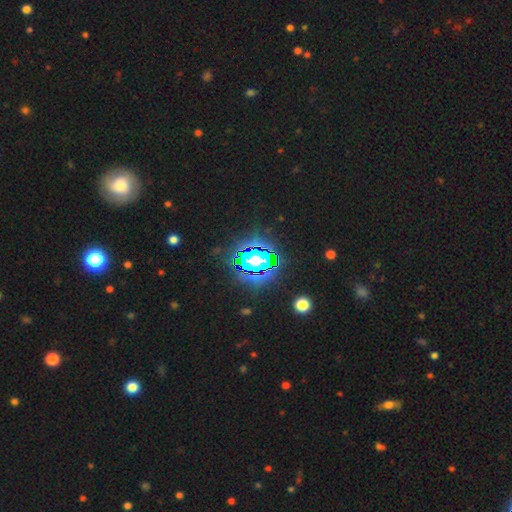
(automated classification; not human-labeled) Morphology: type=star or artifact (78%).